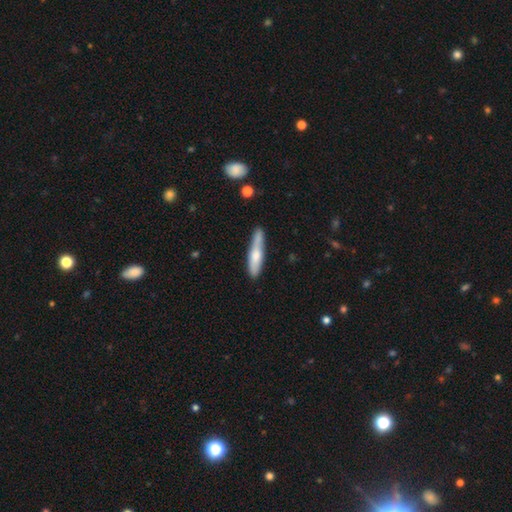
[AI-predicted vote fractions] A smooth galaxy with no disk features (64%) that is cigar-shaped (84%).

Vote fractions:
- Smooth or featured? smooth: 64% / featured or disk: 31% / star or artifact: 6%
- How rounded? cigar-shaped: 84% / in between: 14% / round: 2%
- Merging? none: 77% / minor disturbance: 17% / merger: 3% / major disturbance: 3%